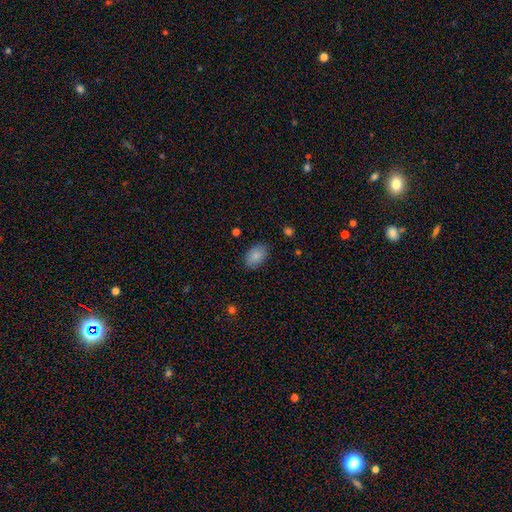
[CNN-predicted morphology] Smooth or featured? Predicted: smooth (p=0.87). How rounded? Predicted: in between (p=0.89). Merging? Predicted: none (p=0.86).